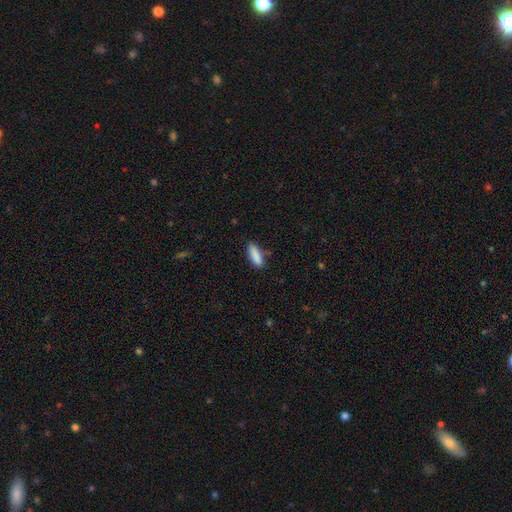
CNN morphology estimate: Smooth or featured?
  - smooth: 88% *
  - star or artifact: 7%
  - featured or disk: 5%
How rounded?
  - in between: 60% *
  - cigar-shaped: 38%
  - round: 2%
Merging?
  - none: 75% *
  - minor disturbance: 19%
  - major disturbance: 4%
  - merger: 3%